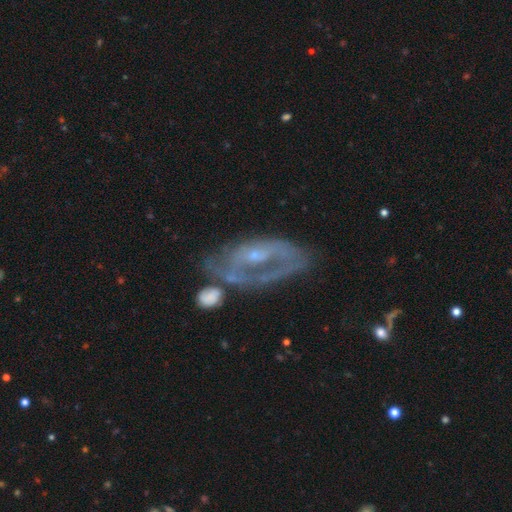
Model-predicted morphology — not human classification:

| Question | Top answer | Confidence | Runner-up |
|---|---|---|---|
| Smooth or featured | featured or disk | 74% | smooth (17%) |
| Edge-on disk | no | 93% | yes (7%) |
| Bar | no | 61% | weak (30%) |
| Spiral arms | yes | 58% | no (42%) |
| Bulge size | small | 71% | moderate (19%) |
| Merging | none | 35% | major disturbance (29%) |